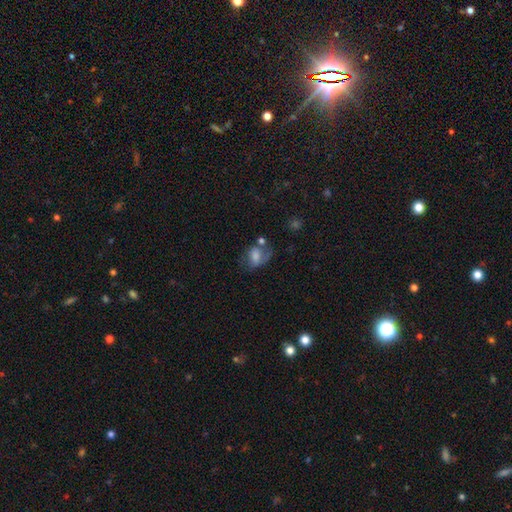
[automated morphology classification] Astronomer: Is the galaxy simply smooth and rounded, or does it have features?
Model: smooth — 56% (runner-up: featured or disk, 32%).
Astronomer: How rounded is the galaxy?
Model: in between — 74%.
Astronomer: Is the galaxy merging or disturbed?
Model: none — 34% (runner-up: major disturbance, 25%).